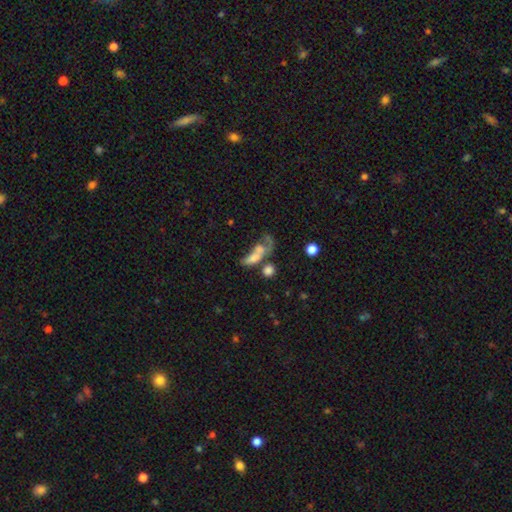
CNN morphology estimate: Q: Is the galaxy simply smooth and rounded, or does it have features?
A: smooth — 57%.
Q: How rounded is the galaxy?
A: in between — 65%.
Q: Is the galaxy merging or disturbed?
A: merger — 46%.